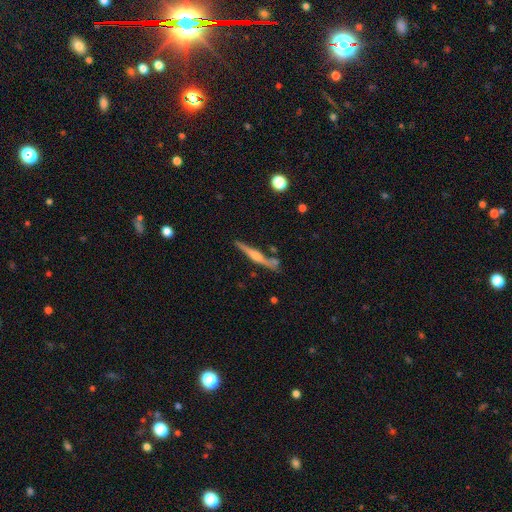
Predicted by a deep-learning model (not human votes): Overall: featured or disk (69%). Edge-on disk: yes (97%). Edge-on bulge: rounded (74%). Merging: none (75%).